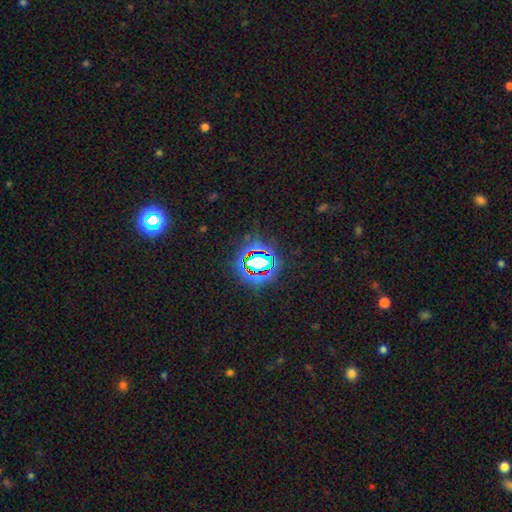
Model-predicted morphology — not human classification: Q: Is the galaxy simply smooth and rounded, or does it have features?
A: star or artifact — 80%.